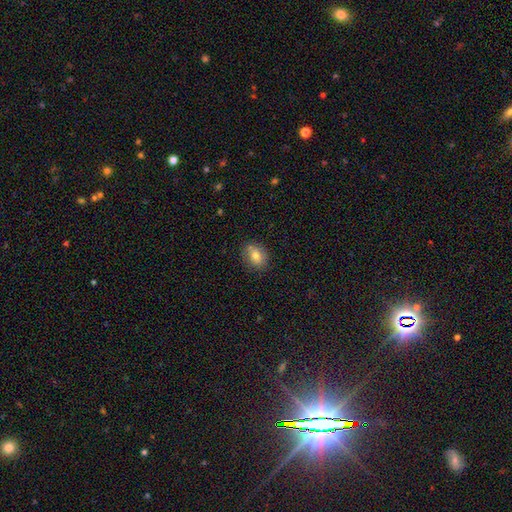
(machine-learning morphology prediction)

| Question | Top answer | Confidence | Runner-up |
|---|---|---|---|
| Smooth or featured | smooth | 75% | featured or disk (15%) |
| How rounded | round | 51% | in between (48%) |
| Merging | none | 78% | minor disturbance (15%) |